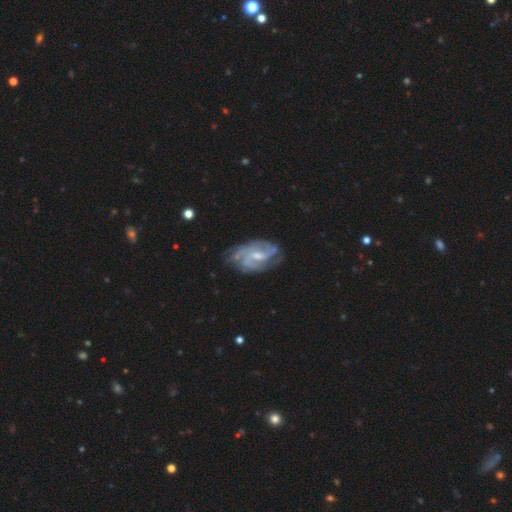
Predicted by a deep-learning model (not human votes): The model was most divided on "spiral winding" (2-way tie): tight: 43%, medium: 43%, loose: 13%. Remaining: edge-on disk — no (97%); spiral arms — yes (95%); smooth or featured — featured or disk (86%); merging — none (66%); bar — weak (55%); bulge size — small (45%); spiral arm count — 2 (38%).